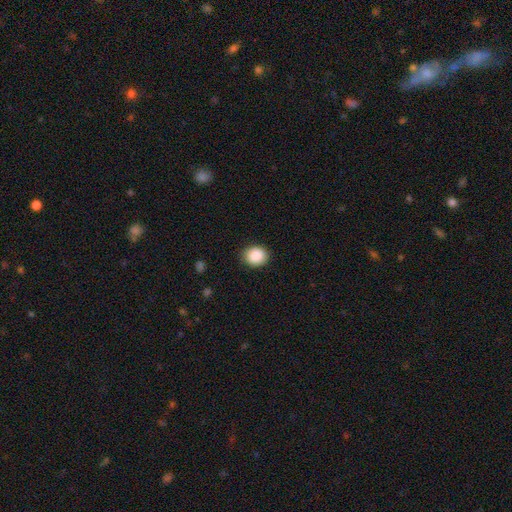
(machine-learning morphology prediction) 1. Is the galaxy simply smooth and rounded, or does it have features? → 89% smooth, 8% star or artifact, 3% featured or disk.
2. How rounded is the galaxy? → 71% round, 28% in between, 1% cigar-shaped.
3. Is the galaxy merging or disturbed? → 88% none, 9% minor disturbance, 2% major disturbance, 1% merger.